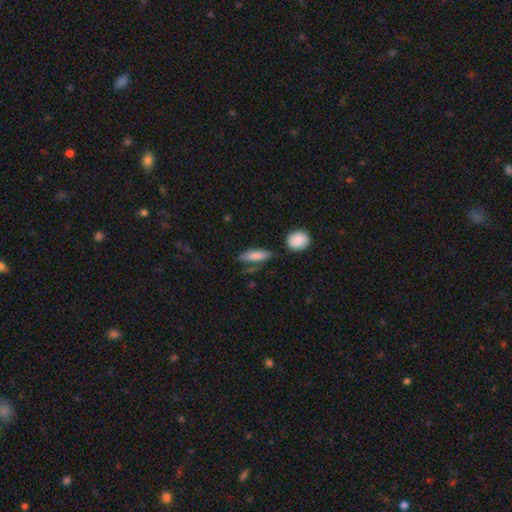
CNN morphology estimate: Smooth or featured?
  - smooth: 80% *
  - featured or disk: 13%
  - star or artifact: 7%
How rounded?
  - cigar-shaped: 50% *
  - in between: 47%
  - round: 3%
Merging?
  - none: 68% *
  - minor disturbance: 19%
  - merger: 7%
  - major disturbance: 6%